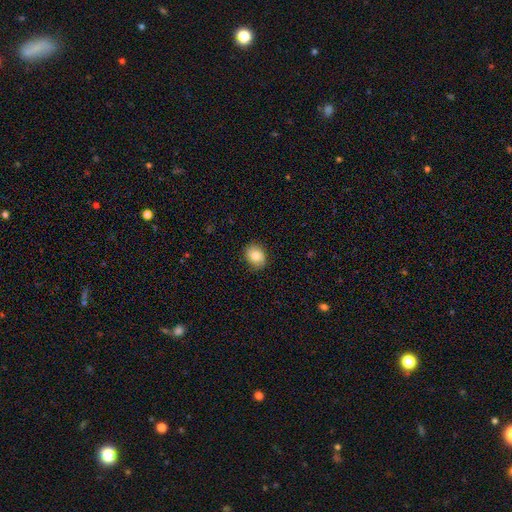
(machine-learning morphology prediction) This is clearly a smooth galaxy (80%). How rounded: possibly round (53%). Merging: clearly none (85%).